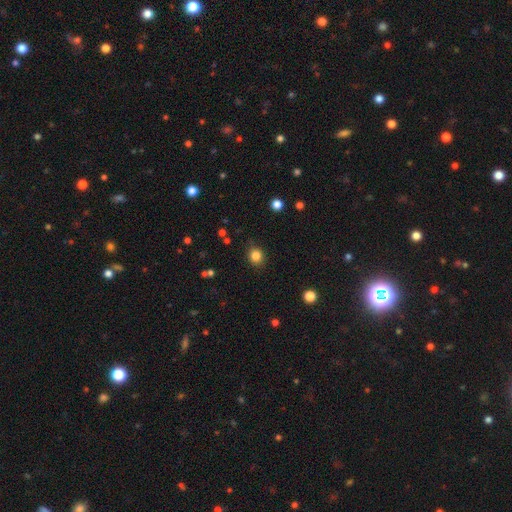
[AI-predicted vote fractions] smooth 84%, star or artifact 12%, featured or disk 5%. Down the decision tree: how rounded — round (76%); merging — none (86%).